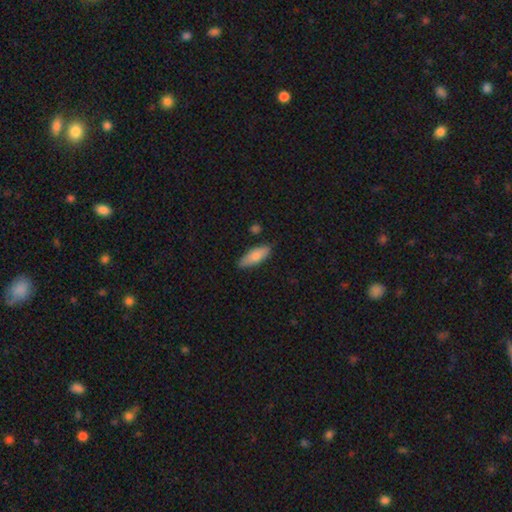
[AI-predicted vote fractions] A smooth galaxy with no disk features (78%) that is in between round and cigar-shaped (60%). Merging: none (81%).